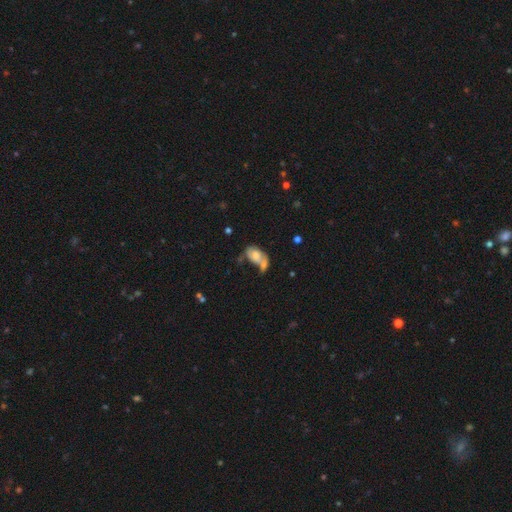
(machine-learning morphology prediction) A smooth galaxy with no disk features (61%) that is in between round and cigar-shaped (86%).

Vote fractions:
- Smooth or featured? smooth: 61% / featured or disk: 29% / star or artifact: 10%
- How rounded? in between: 86% / round: 12% / cigar-shaped: 2%
- Merging? merger: 55% / none: 18% / major disturbance: 14% / minor disturbance: 13%